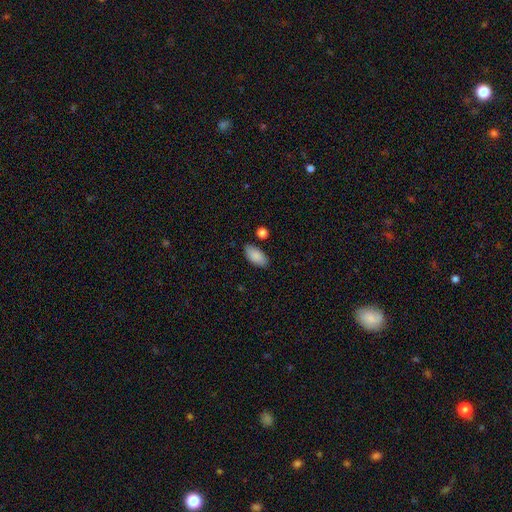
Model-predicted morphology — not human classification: The model was most divided on "merging": none: 78%, minor disturbance: 15%, merger: 4%, major disturbance: 3%. More confident: how rounded — in between (94%); smooth or featured — smooth (87%).